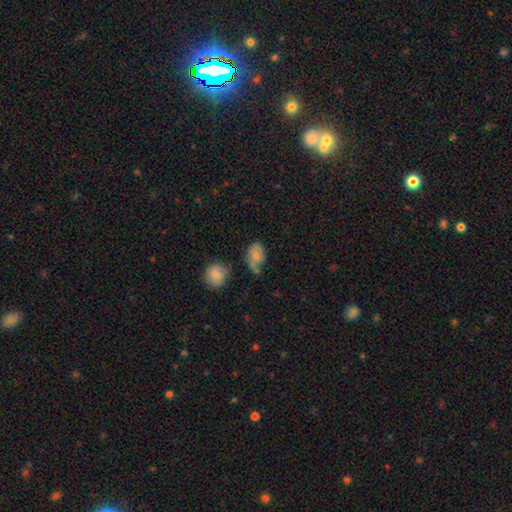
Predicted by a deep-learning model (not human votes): Smooth or featured: smooth — 74% (featured or disk — 17%)
How rounded: in between — 81% (round — 17%)
Merging: none — 41% (minor disturbance — 31%)